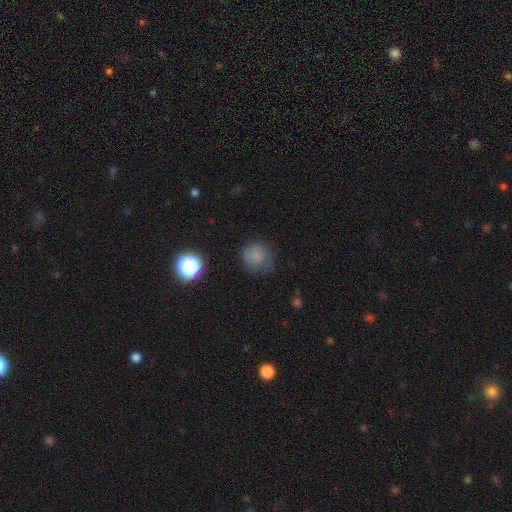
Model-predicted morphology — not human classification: Smooth or featured? Predicted: smooth (p=0.77). How rounded? Predicted: round (p=0.88). Merging? Predicted: none (p=0.67).